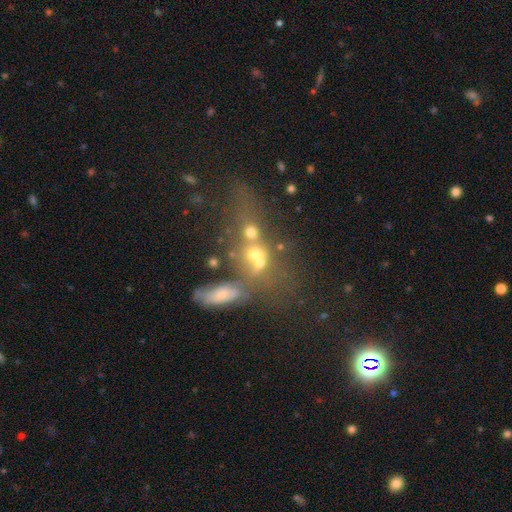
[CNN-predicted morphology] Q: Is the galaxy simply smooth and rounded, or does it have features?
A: smooth — 48%.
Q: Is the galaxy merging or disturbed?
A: merger — 57%.